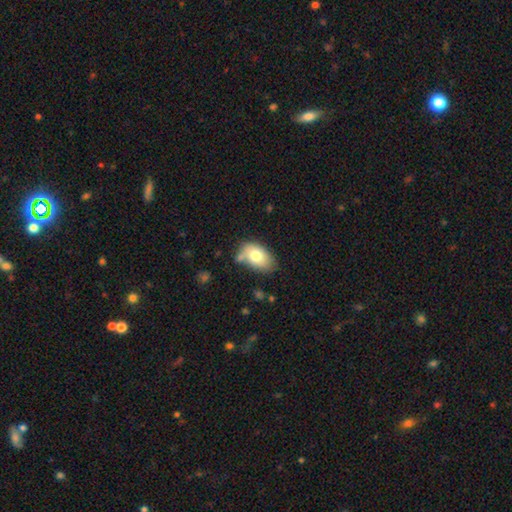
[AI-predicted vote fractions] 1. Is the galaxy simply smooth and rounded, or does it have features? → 75% smooth, 18% featured or disk, 8% star or artifact.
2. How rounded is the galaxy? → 89% in between, 10% round, 1% cigar-shaped.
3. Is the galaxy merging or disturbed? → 59% none, 24% minor disturbance, 11% merger, 6% major disturbance.